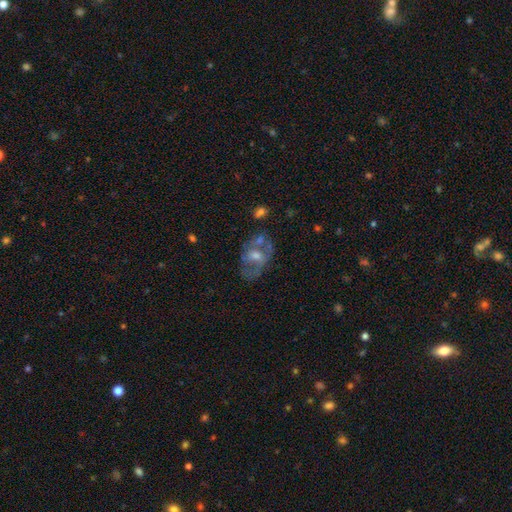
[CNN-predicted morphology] This is likely a featured or disk galaxy (61%). It is clearly not viewed edge-on (95%). Bar: likely no (62%). Spiral arm pattern: likely no (65%). Central bulge: possibly moderate (57%). Merging: possibly none (46%).